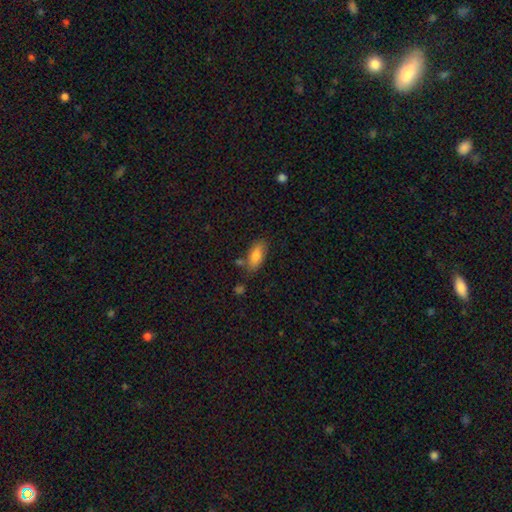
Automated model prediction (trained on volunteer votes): This is clearly a smooth galaxy (80%). How rounded: clearly in between (85%). Merging: likely none (72%).